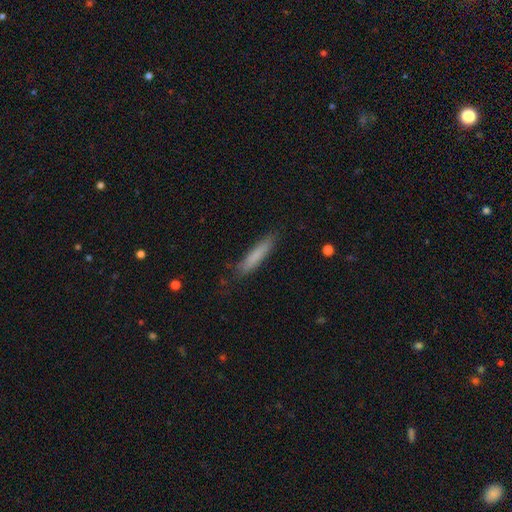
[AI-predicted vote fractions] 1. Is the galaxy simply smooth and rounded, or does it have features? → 78% smooth, 16% featured or disk, 6% star or artifact.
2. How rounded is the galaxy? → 88% cigar-shaped, 10% in between, 1% round.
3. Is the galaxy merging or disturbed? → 80% none, 15% minor disturbance, 3% major disturbance, 1% merger.